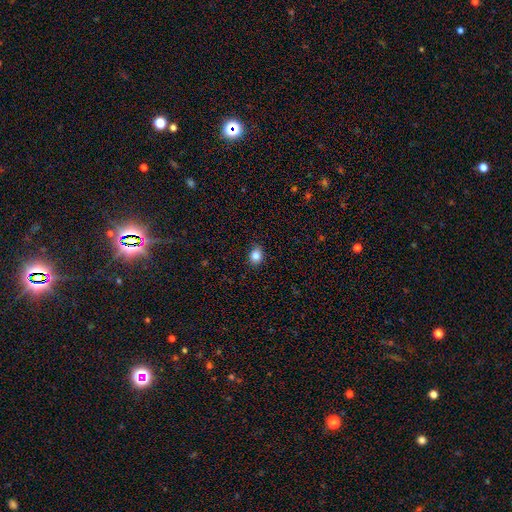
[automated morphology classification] A smooth galaxy with no disk features (85%) that is round (51%).

Vote fractions:
- Smooth or featured? smooth: 85% / star or artifact: 10% / featured or disk: 5%
- How rounded? round: 51% / in between: 48% / cigar-shaped: 1%
- Merging? none: 87% / minor disturbance: 10% / major disturbance: 2% / merger: 1%